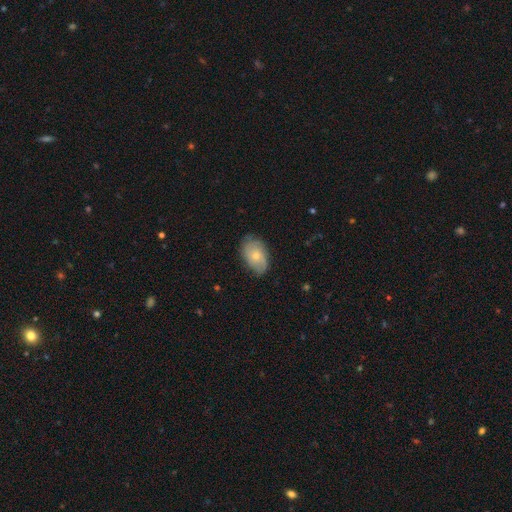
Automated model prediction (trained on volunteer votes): A smooth galaxy with no disk features (50%).

Vote fractions:
- Smooth or featured? smooth: 50% / featured or disk: 44% / star or artifact: 7%
- Merging? none: 71% / minor disturbance: 22% / major disturbance: 5% / merger: 1%